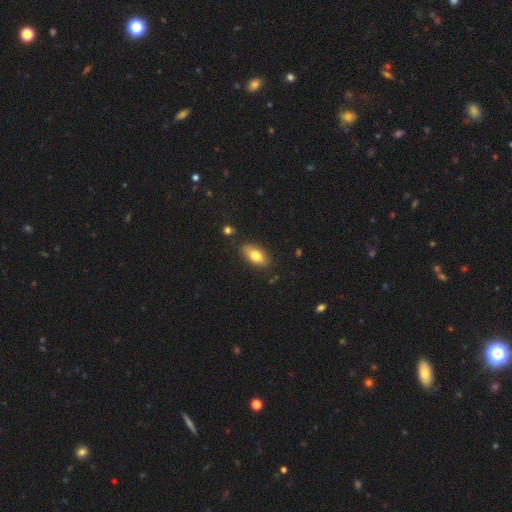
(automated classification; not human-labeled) A smooth galaxy with no disk features (77%) that is in between round and cigar-shaped (90%).

Vote fractions:
- Smooth or featured? smooth: 77% / featured or disk: 15% / star or artifact: 7%
- How rounded? in between: 90% / cigar-shaped: 6% / round: 5%
- Merging? none: 83% / minor disturbance: 12% / major disturbance: 2% / merger: 2%